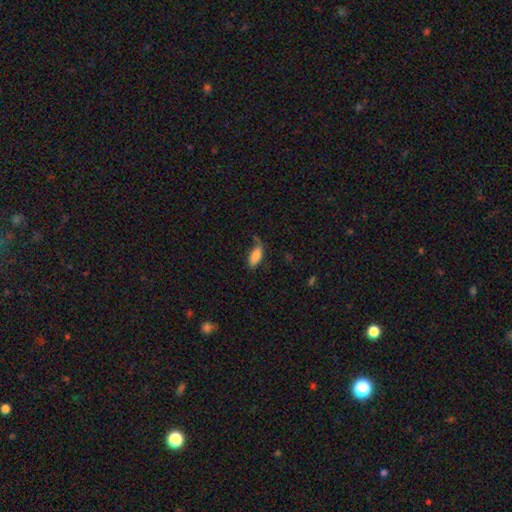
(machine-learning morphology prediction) smooth_or_featured: smooth (p=0.80) [alt: featured or disk p=0.12]
how_rounded: in between (p=0.79) [alt: cigar-shaped p=0.19]
merging: none (p=0.53) [alt: minor disturbance p=0.29]